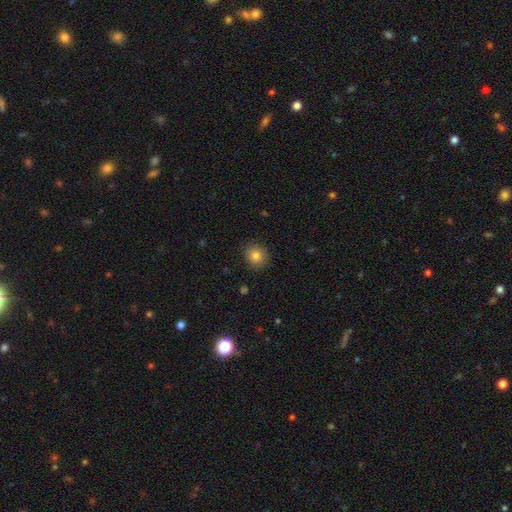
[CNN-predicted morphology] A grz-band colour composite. It shows a smooth galaxy with no disk features (83%) that is round (83%). Merging: none (89%).